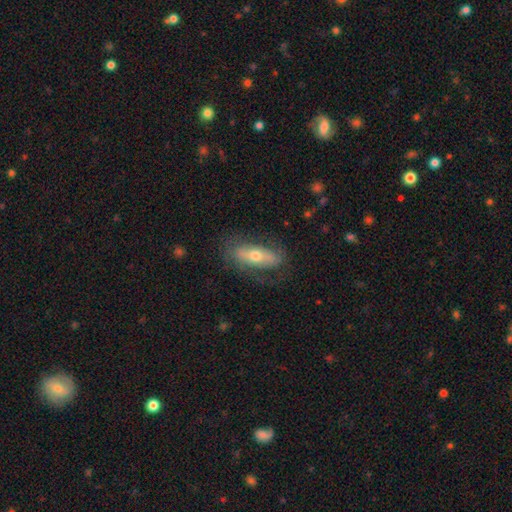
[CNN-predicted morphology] type=featured or disk (47%); merging=none (71%).